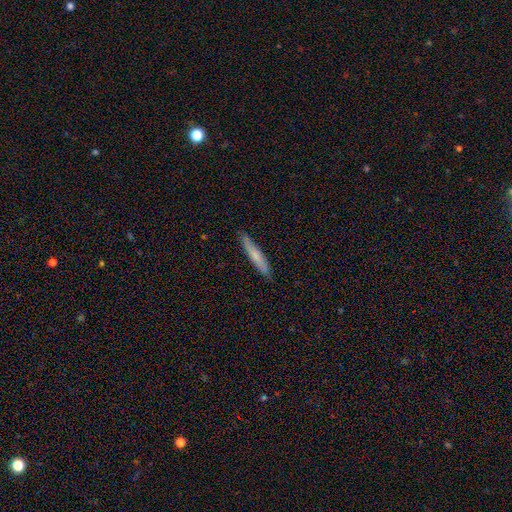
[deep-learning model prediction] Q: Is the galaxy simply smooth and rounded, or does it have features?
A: smooth — 68%.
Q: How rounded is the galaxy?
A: cigar-shaped — 93%.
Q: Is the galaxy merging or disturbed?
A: none — 87%.